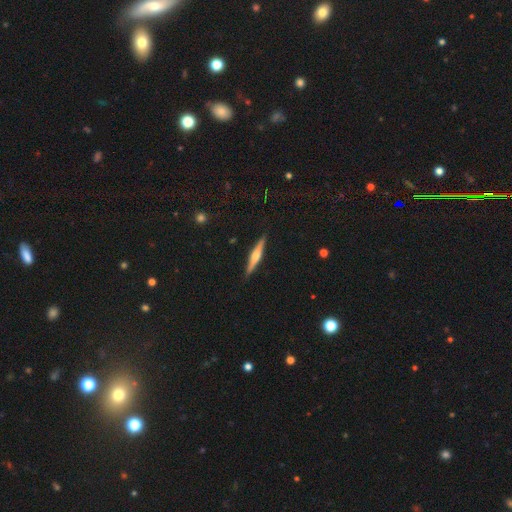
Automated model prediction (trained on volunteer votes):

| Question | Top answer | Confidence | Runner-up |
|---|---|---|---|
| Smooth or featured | featured or disk | 67% | smooth (27%) |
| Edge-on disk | yes | 97% | no (3%) |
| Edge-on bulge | rounded | 83% | boxy (11%) |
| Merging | none | 90% | minor disturbance (7%) |